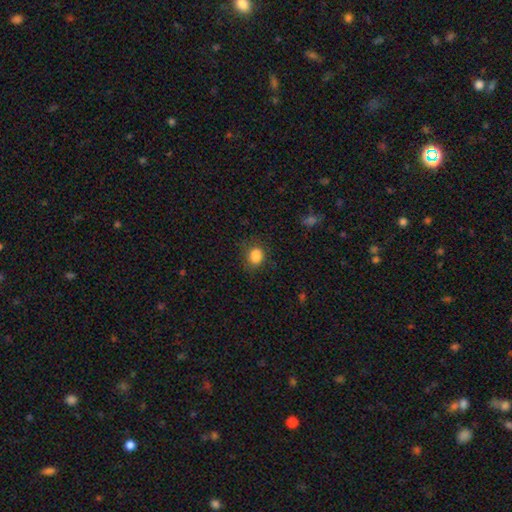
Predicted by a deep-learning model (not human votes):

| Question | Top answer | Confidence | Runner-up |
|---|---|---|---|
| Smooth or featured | smooth | 85% | star or artifact (11%) |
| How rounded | in between | 50% | round (48%) |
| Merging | none | 71% | minor disturbance (20%) |